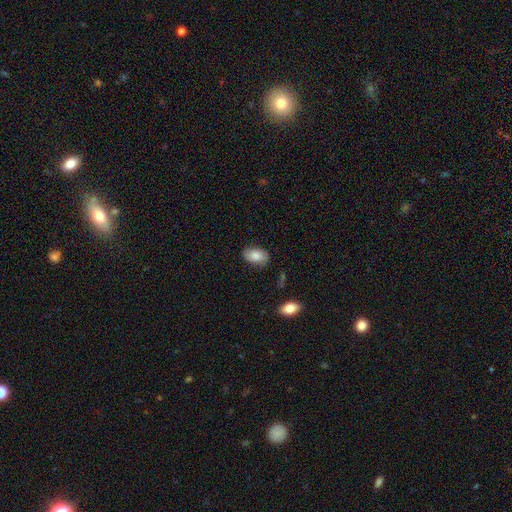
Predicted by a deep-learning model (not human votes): A smooth galaxy with no disk features (81%) that is in between round and cigar-shaped (90%). Merging: none (80%).